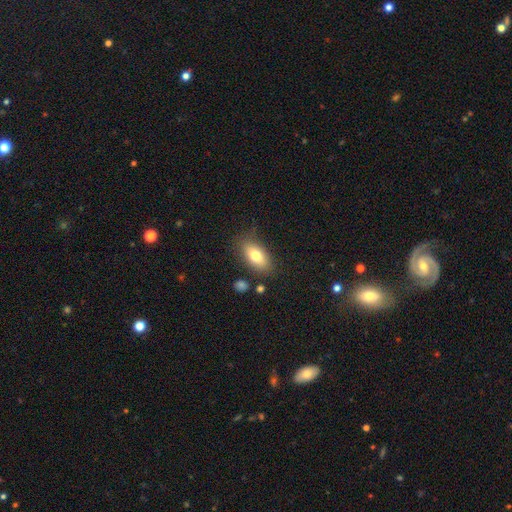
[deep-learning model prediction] smooth-or-featured: smooth: 77% | featured or disk: 16% | star or artifact: 8%
  how-rounded: in between: 89% | cigar-shaped: 6% | round: 5%
  merging: none: 79% | minor disturbance: 14% | major disturbance: 4% | merger: 3%